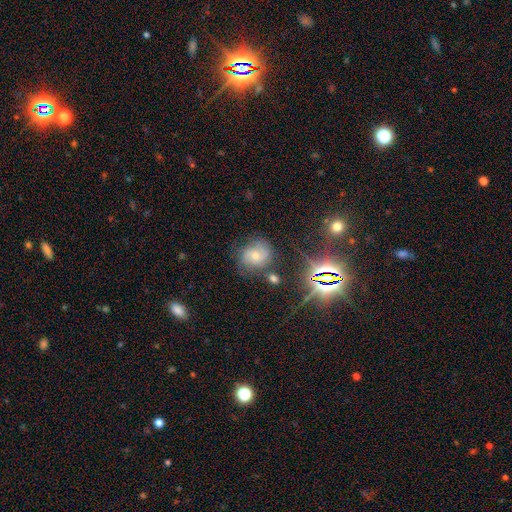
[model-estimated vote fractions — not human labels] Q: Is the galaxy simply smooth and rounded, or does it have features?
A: featured or disk — 41%.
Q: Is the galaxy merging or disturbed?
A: none — 67%.